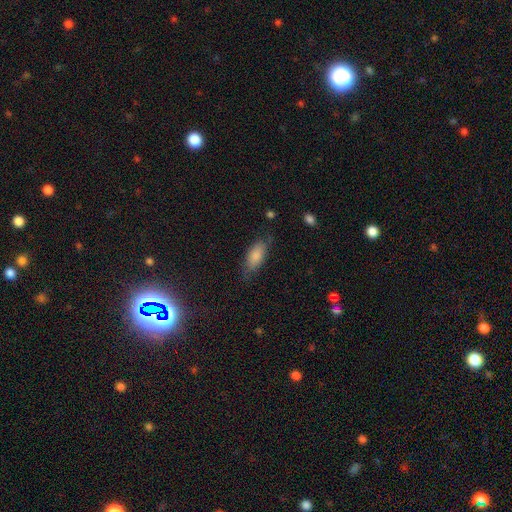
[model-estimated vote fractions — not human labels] Smooth or featured? Predicted: smooth (p=0.83). How rounded? Predicted: in between (p=0.87). Merging? Predicted: none (p=0.67).